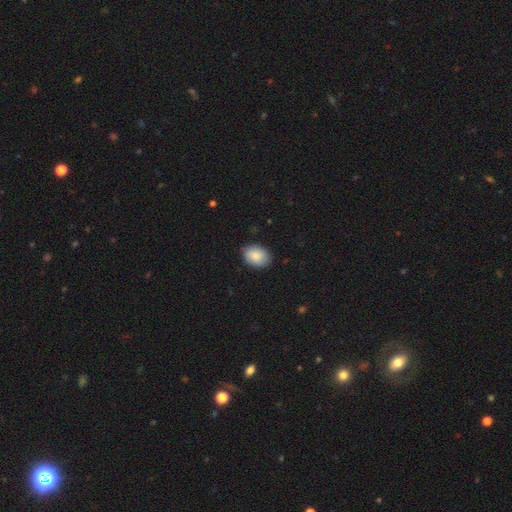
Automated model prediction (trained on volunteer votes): Morphology: type=smooth (87%); roundness=in between (75%); merging=none (83%).